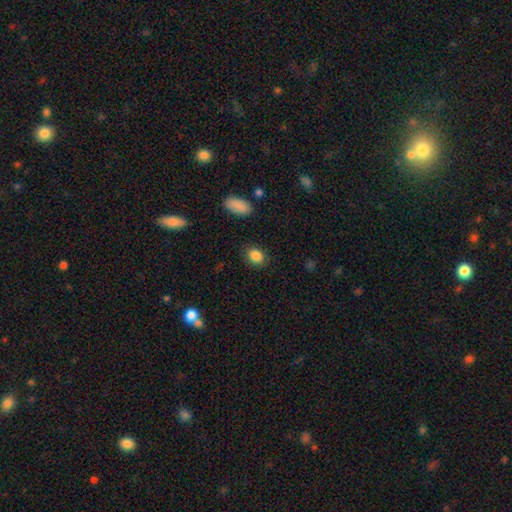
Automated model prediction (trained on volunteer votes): Morphology: type=smooth (87%); roundness=in between (61%); merging=none (86%).